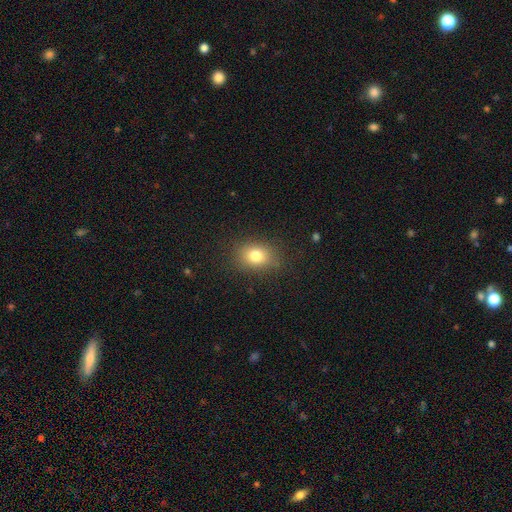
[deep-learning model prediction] A smooth galaxy with no disk features (79%) that is in between round and cigar-shaped (60%).

Vote fractions:
- Smooth or featured? smooth: 79% / star or artifact: 12% / featured or disk: 9%
- How rounded? in between: 60% / round: 39% / cigar-shaped: 1%
- Merging? none: 83% / minor disturbance: 12% / major disturbance: 4% / merger: 1%